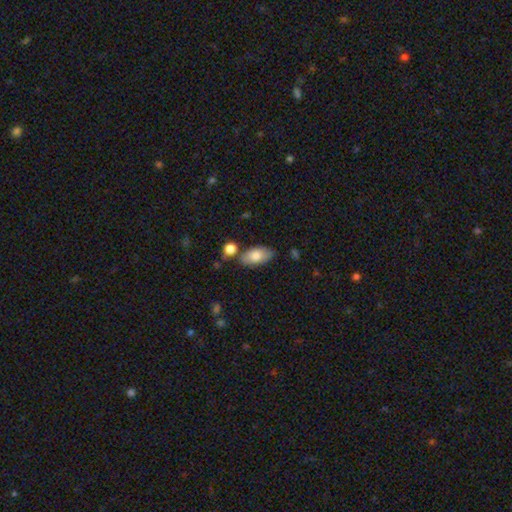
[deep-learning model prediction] Smooth or featured? smooth (77%)
How rounded? in between (93%)
Merging? none (71%)